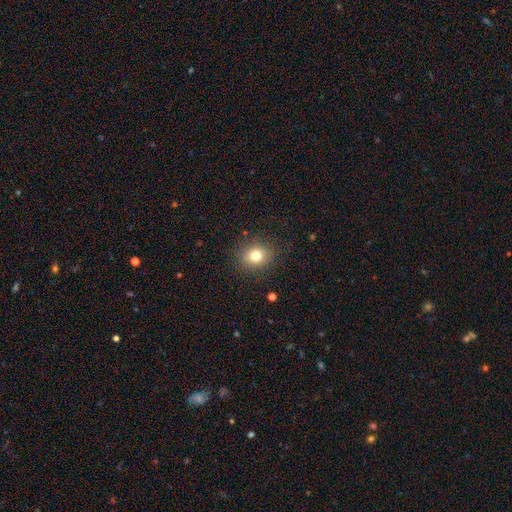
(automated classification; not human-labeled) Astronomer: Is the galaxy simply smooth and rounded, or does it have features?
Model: smooth — 78%.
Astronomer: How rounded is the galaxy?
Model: round — 67%.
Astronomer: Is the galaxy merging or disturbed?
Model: none — 88%.